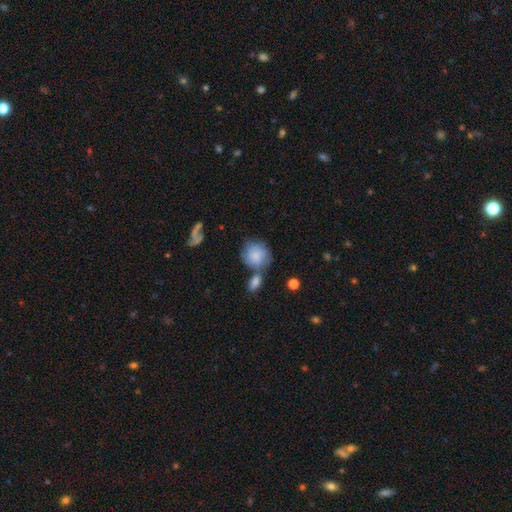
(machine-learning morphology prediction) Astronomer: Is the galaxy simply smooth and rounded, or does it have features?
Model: smooth — 71%.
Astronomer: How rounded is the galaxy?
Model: round — 77%.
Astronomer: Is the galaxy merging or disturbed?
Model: none — 43% (runner-up: merger, 30%).